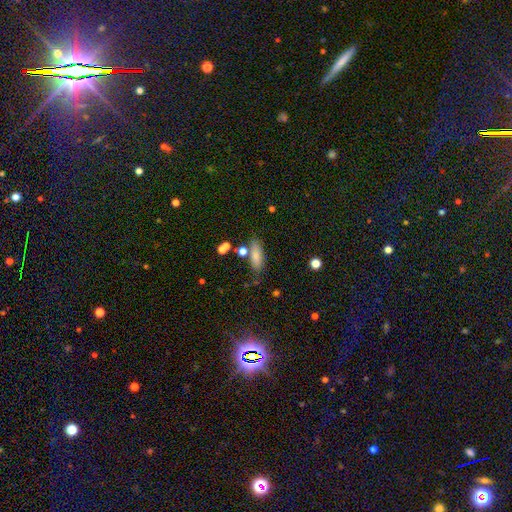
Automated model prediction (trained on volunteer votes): This appears to be a smooth galaxy with no disk features (80%) that is in between round and cigar-shaped (63%). Merging: none (68%).